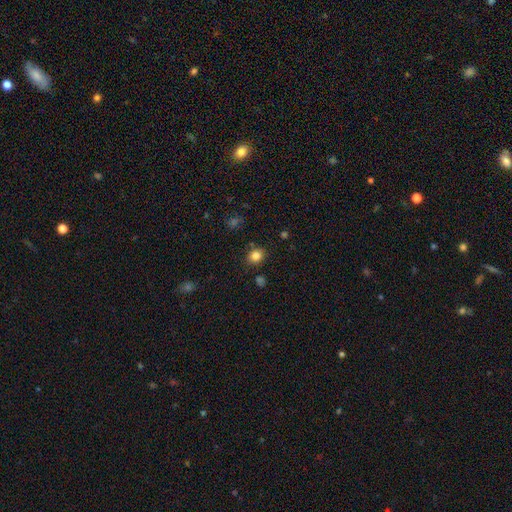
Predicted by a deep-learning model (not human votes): Morphology: type=smooth (83%); roundness=round (66%); merging=none (83%).